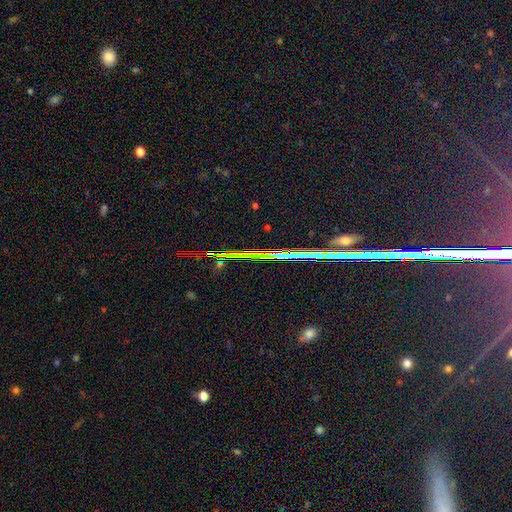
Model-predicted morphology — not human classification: This is likely a star or artifact rather than a galaxy (70%).